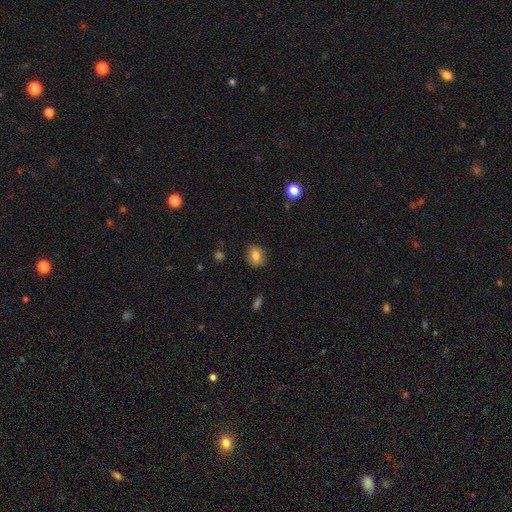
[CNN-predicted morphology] This appears to be a smooth galaxy with no disk features (81%) that is round (60%). Merging: none (87%).